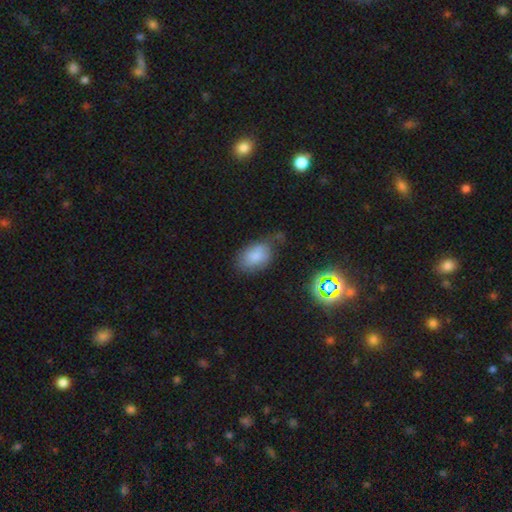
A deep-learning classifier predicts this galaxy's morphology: Smooth or featured? smooth (77%)
How rounded? in between (87%)
Merging? none (46%)